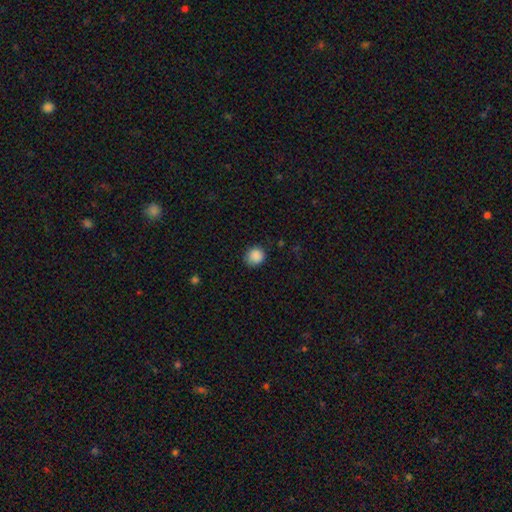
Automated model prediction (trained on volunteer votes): smooth 88%, star or artifact 9%, featured or disk 3%. Down the decision tree: how rounded — round (83%); merging — none (80%).